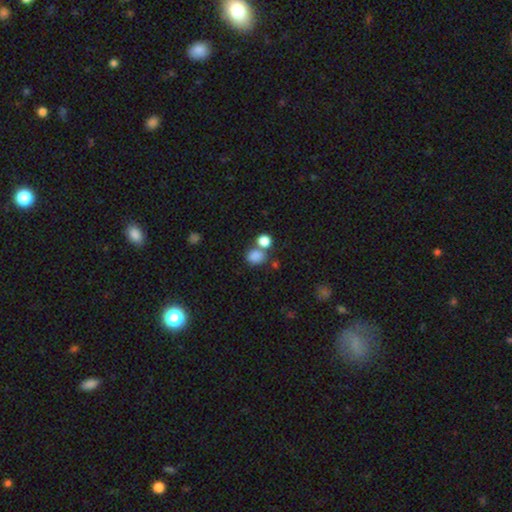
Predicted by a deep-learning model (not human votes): Smooth or featured? Predicted: smooth (p=0.82). How rounded? Predicted: round (p=0.56). Merging? Predicted: none (p=0.55).